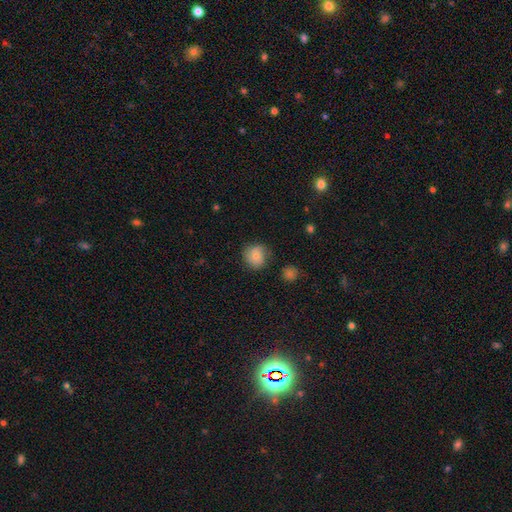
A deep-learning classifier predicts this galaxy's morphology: This appears to be a smooth galaxy with no disk features (80%) that is round (86%). Merging: none (74%).